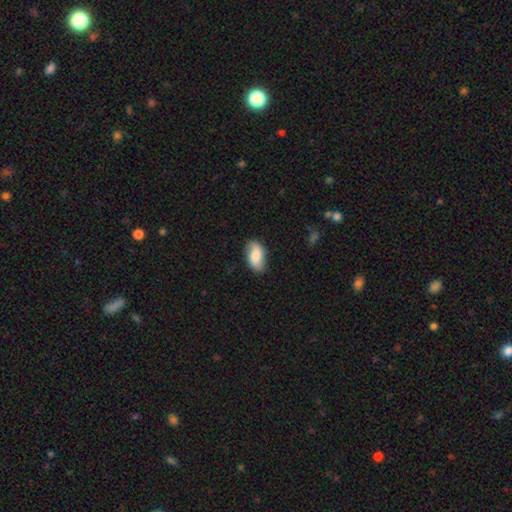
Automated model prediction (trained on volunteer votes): This is likely a smooth galaxy (73%). How rounded: clearly in between (93%). Merging: likely none (76%).